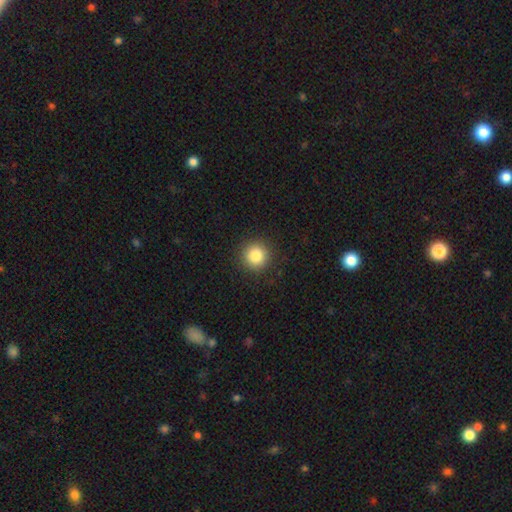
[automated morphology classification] Smooth or featured: smooth — 85% (star or artifact — 10%)
How rounded: round — 95% (in between — 4%)
Merging: none — 91% (minor disturbance — 6%)